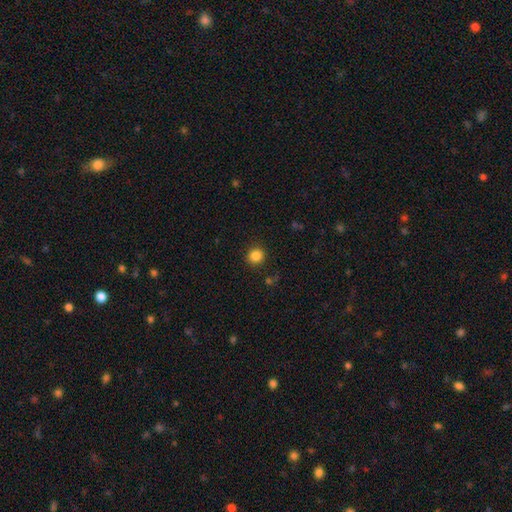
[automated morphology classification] Smooth or featured: smooth — 85% (star or artifact — 12%)
How rounded: round — 92% (in between — 7%)
Merging: none — 90% (minor disturbance — 6%)